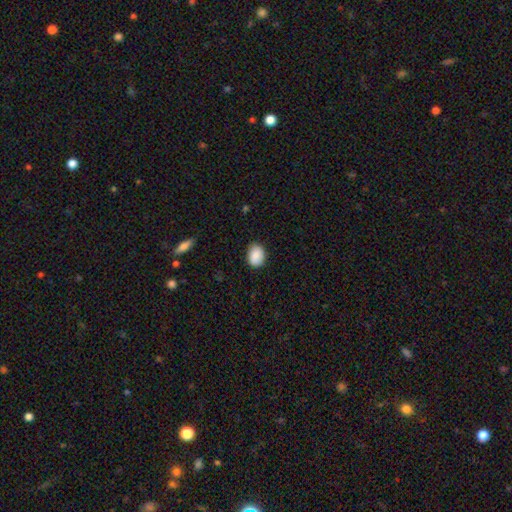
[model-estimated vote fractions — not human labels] A smooth galaxy with no disk features (89%) that is in between round and cigar-shaped (69%). Merging: none (84%).